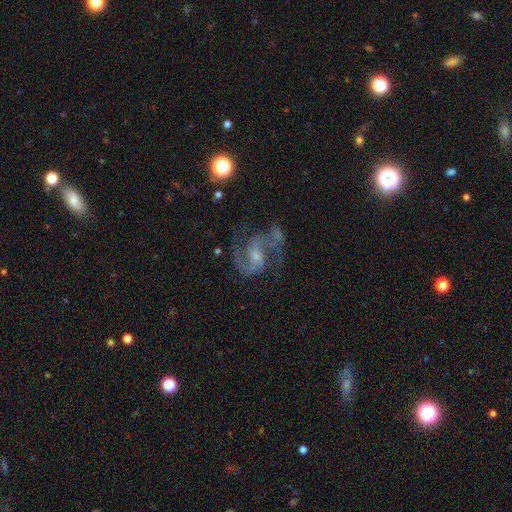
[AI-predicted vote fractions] Q: Smooth or featured?
A: featured or disk (87%); runner-up: star or artifact (8%)
Q: Edge-on disk?
A: no (98%); runner-up: yes (2%)
Q: Bar?
A: weak (51%); runner-up: no (28%)
Q: Spiral arms?
A: yes (97%); runner-up: no (3%)
Q: Spiral winding?
A: medium (60%); runner-up: loose (25%)
Q: Spiral arm count?
A: 2 (89%); runner-up: can't tell (3%)
Q: Bulge size?
A: small (48%); runner-up: moderate (38%)
Q: Merging?
A: none (67%); runner-up: minor disturbance (16%)